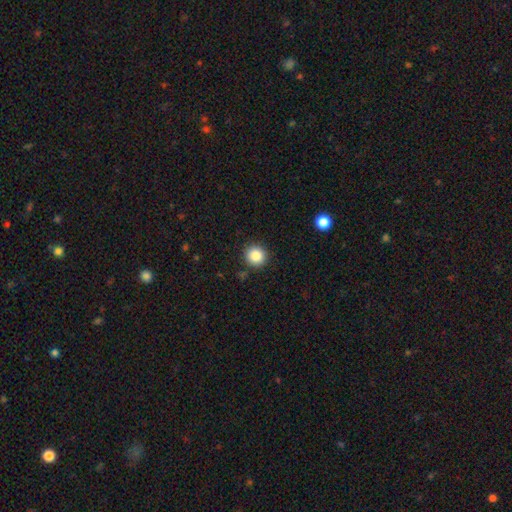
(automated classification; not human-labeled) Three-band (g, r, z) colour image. It shows a smooth galaxy with no disk features (86%) that is round (92%). Merging: none (90%).